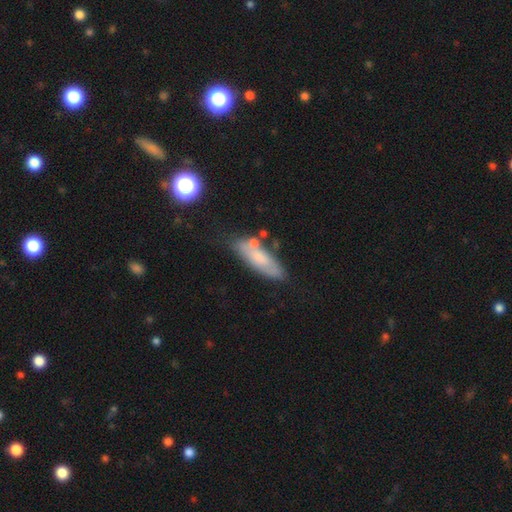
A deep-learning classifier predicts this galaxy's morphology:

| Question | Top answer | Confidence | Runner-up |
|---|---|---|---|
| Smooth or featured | smooth | 62% | featured or disk (29%) |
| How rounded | in between | 51% | cigar-shaped (46%) |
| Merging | none | 62% | minor disturbance (22%) |